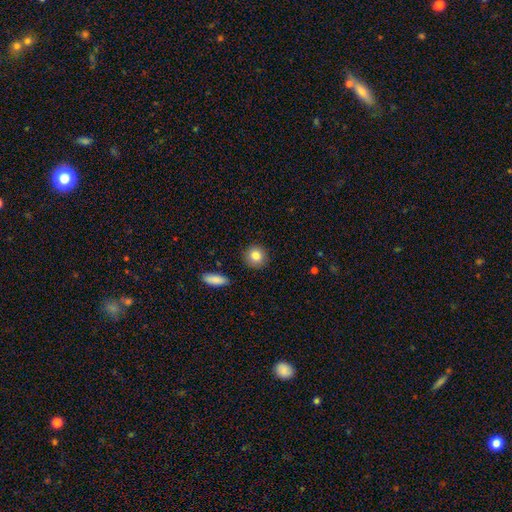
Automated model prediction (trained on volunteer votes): smooth-or-featured: smooth: 84% | star or artifact: 8% | featured or disk: 8%
  how-rounded: round: 90% | in between: 8% | cigar-shaped: 1%
  merging: none: 90% | minor disturbance: 6% | major disturbance: 2% | merger: 2%